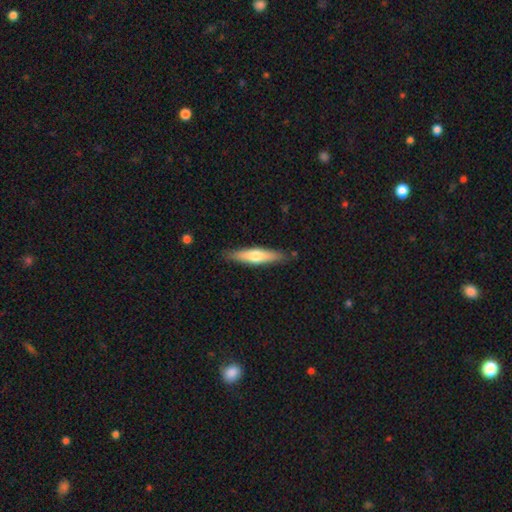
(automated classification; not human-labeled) Morphology: type=smooth (56%); roundness=cigar-shaped (78%); merging=none (86%).